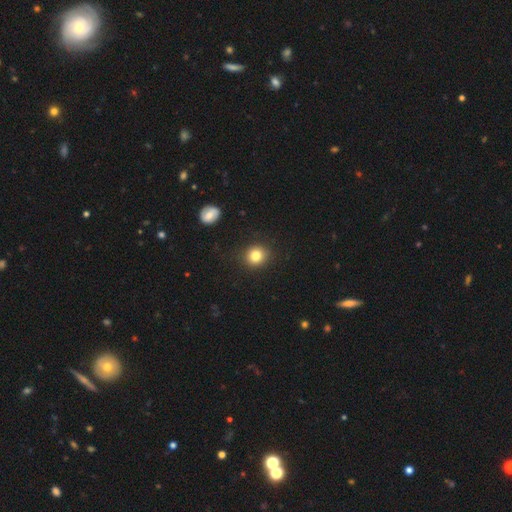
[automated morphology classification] Overall: smooth (82%). How rounded: round (85%). Merging: none (89%).